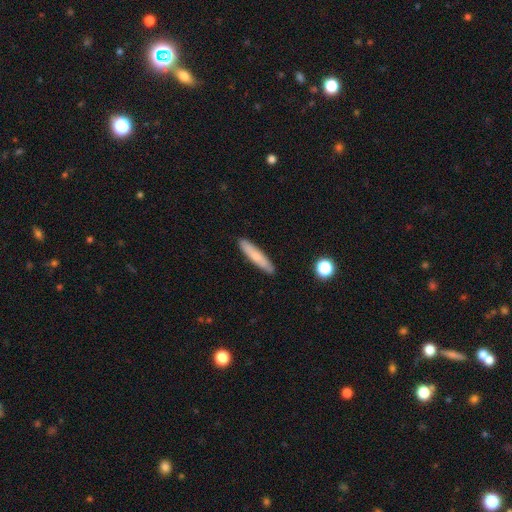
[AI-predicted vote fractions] Smooth or featured? smooth (74%)
How rounded? cigar-shaped (88%)
Merging? none (89%)